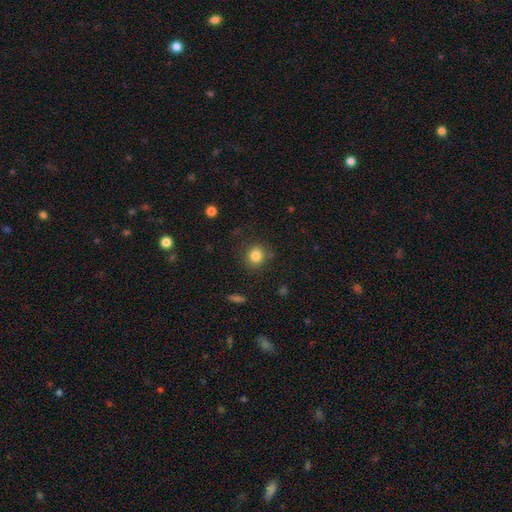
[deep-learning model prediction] smooth-or-featured: smooth: 83% | star or artifact: 11% | featured or disk: 6%
  how-rounded: round: 84% | in between: 15% | cigar-shaped: 1%
  merging: none: 85% | minor disturbance: 10% | major disturbance: 3% | merger: 2%